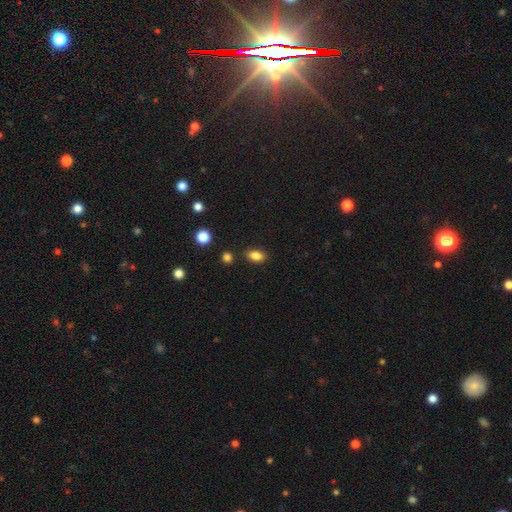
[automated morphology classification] Smooth or featured?
  - smooth: 84% *
  - star or artifact: 10%
  - featured or disk: 6%
How rounded?
  - in between: 85% *
  - round: 12%
  - cigar-shaped: 3%
Merging?
  - none: 85% *
  - minor disturbance: 9%
  - merger: 3%
  - major disturbance: 2%